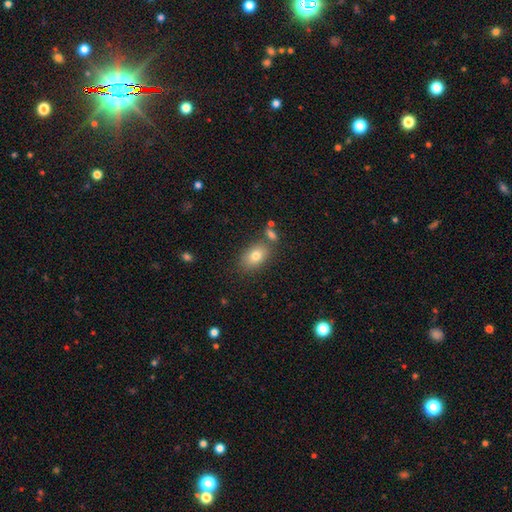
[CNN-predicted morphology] smooth_or_featured: smooth (p=0.78) [alt: featured or disk p=0.13]
how_rounded: in between (p=0.83) [alt: round p=0.15]
merging: none (p=0.73) [alt: minor disturbance p=0.13]